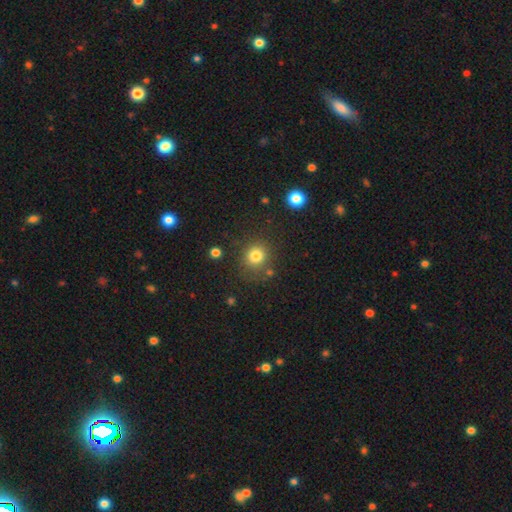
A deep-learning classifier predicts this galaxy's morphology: A smooth galaxy with no disk features (81%) that is round (84%).

Vote fractions:
- Smooth or featured? smooth: 81% / star or artifact: 13% / featured or disk: 7%
- How rounded? round: 84% / in between: 15% / cigar-shaped: 1%
- Merging? none: 78% / minor disturbance: 12% / major disturbance: 5% / merger: 5%